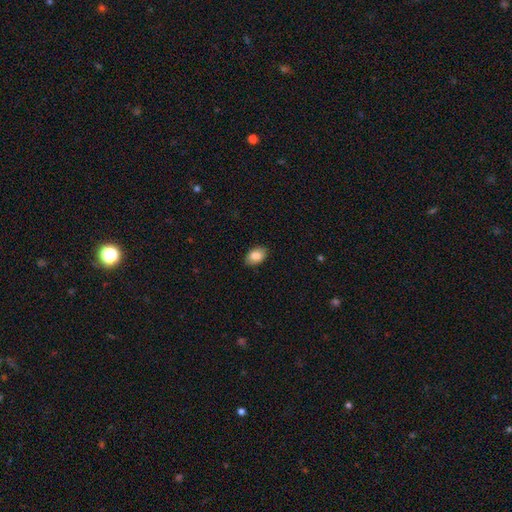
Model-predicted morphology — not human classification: smooth_or_featured: smooth (p=0.88) [alt: star or artifact p=0.07]
how_rounded: in between (p=0.89) [alt: round p=0.10]
merging: none (p=0.87) [alt: minor disturbance p=0.10]